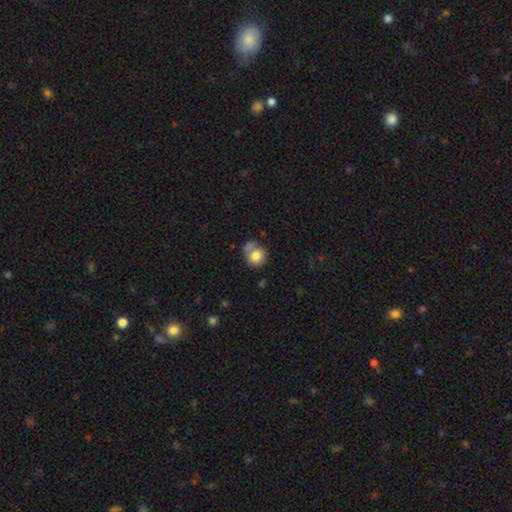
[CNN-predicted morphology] Smooth or featured: smooth — 79% (featured or disk — 12%)
How rounded: round — 80% (in between — 20%)
Merging: none — 52% (merger — 20%)